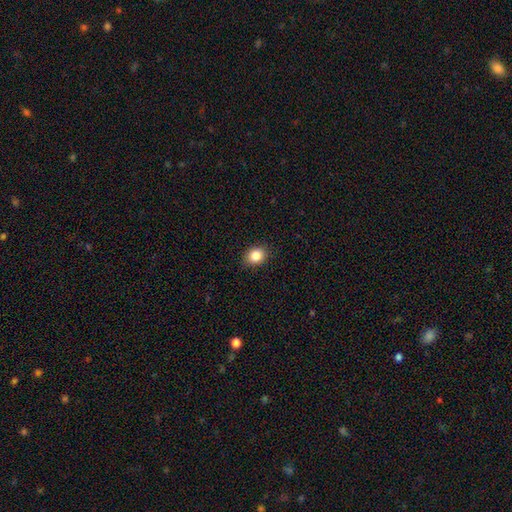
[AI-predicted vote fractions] This is clearly a smooth galaxy (85%). How rounded: possibly round (50%). Merging: clearly none (88%).